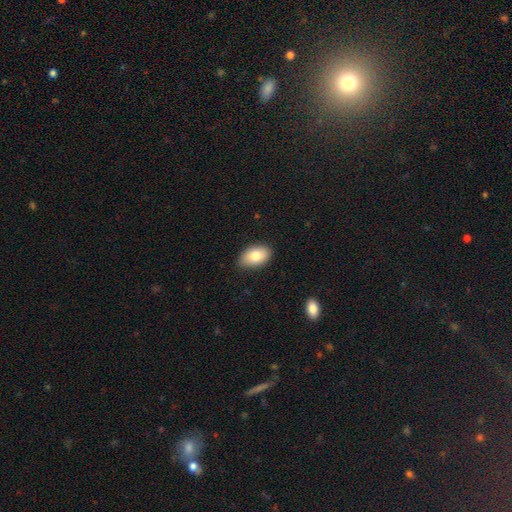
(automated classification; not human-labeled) smooth-or-featured: smooth: 80% | featured or disk: 13% | star or artifact: 7%
  how-rounded: in between: 92% | round: 7% | cigar-shaped: 1%
  merging: none: 85% | minor disturbance: 12% | major disturbance: 2% | merger: 1%